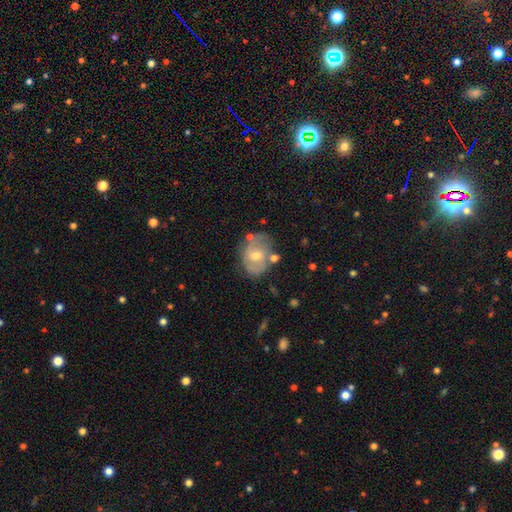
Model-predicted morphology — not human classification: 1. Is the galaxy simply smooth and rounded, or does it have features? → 54% featured or disk, 38% smooth, 8% star or artifact.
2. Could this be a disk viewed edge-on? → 95% no, 5% yes.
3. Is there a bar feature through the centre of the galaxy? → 45% no, 43% weak, 11% strong.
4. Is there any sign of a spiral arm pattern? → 58% yes, 42% no.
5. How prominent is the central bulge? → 64% moderate, 31% small, 3% large, 2% none, 1% dominant.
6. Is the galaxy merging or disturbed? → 64% none, 21% minor disturbance, 8% merger, 7% major disturbance.